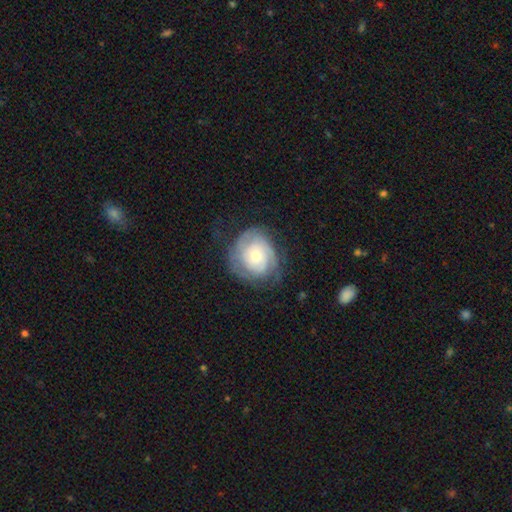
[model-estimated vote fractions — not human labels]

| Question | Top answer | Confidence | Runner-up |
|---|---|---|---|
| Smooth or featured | featured or disk | 69% | smooth (24%) |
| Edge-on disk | no | 97% | yes (3%) |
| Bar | no | 81% | weak (16%) |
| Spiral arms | yes | 88% | no (12%) |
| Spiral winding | tight | 69% | medium (23%) |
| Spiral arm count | can't tell | 40% | 2 (28%) |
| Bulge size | moderate | 46% | small (45%) |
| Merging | none | 64% | minor disturbance (22%) |